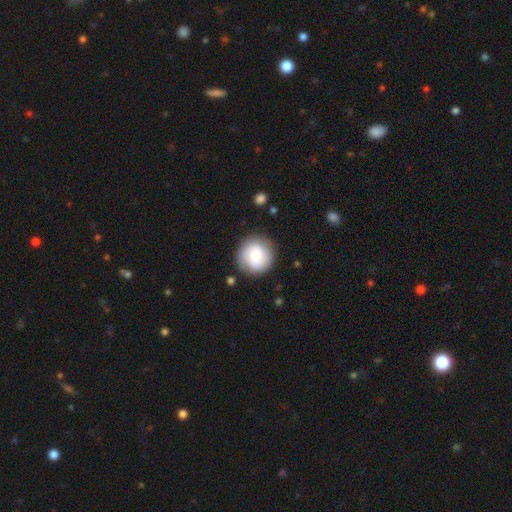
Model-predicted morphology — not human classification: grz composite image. It shows a smooth galaxy with no disk features (70%) that is round (93%). Merging: none (85%).